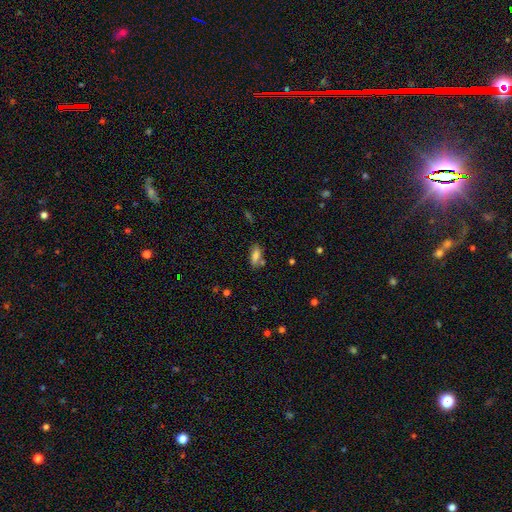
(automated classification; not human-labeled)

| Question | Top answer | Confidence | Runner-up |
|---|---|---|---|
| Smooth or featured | smooth | 77% | featured or disk (14%) |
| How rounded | in between | 76% | cigar-shaped (21%) |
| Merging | none | 64% | minor disturbance (19%) |